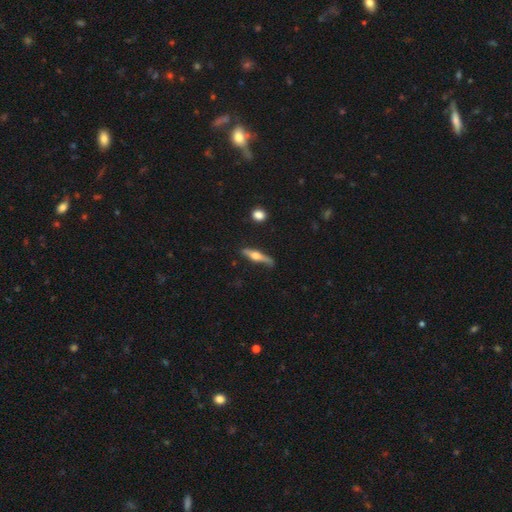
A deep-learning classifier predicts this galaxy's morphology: Smooth or featured? featured or disk (64%)
Edge-on disk? yes (94%)
Edge-on bulge? rounded (94%)
Merging? none (77%)